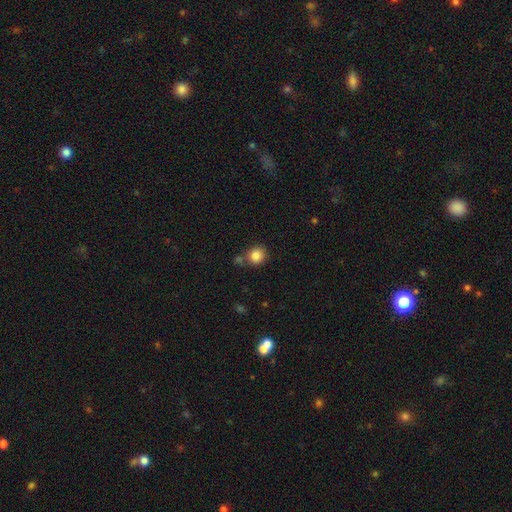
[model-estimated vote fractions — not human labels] smooth-or-featured: smooth: 84% | star or artifact: 10% | featured or disk: 6%
  how-rounded: round: 83% | in between: 16% | cigar-shaped: 1%
  merging: none: 68% | merger: 15% | minor disturbance: 13% | major disturbance: 4%